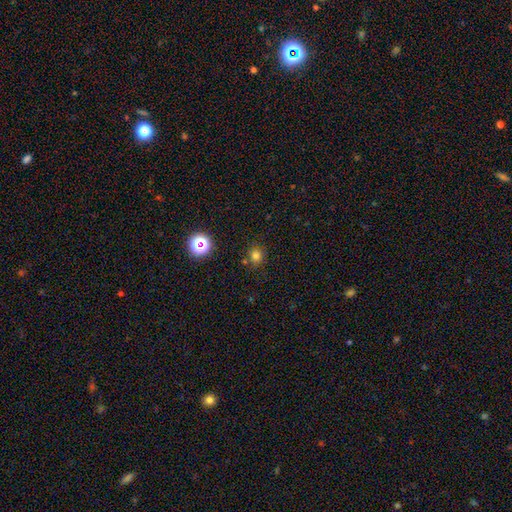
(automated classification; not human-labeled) Smooth or featured: smooth — 74% (star or artifact — 20%)
How rounded: round — 87% (in between — 12%)
Merging: none — 78% (minor disturbance — 11%)